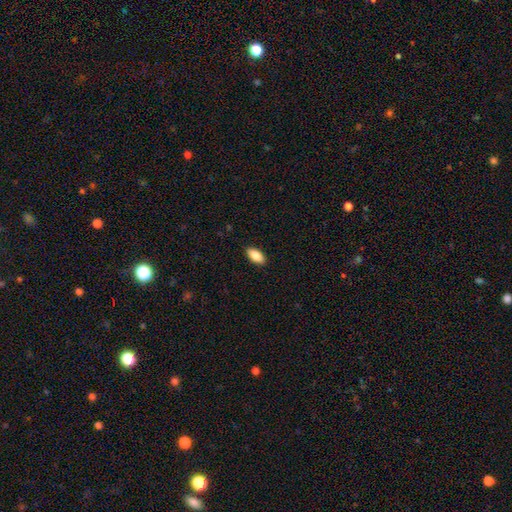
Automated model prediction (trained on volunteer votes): Smooth or featured? Predicted: smooth (p=0.87). How rounded? Predicted: in between (p=0.91). Merging? Predicted: none (p=0.90).